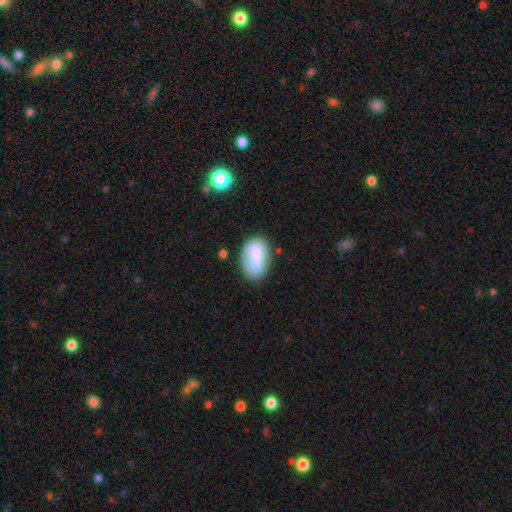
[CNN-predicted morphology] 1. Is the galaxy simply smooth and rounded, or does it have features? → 74% smooth, 18% featured or disk, 8% star or artifact.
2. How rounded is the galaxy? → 87% in between, 12% round, 1% cigar-shaped.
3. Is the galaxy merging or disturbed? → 55% none, 27% minor disturbance, 10% major disturbance, 8% merger.